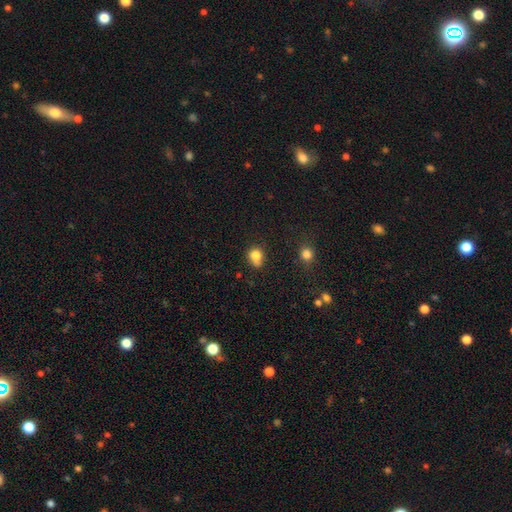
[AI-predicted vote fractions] The model was most divided on "merging": none: 48%, minor disturbance: 26%, merger: 17%, major disturbance: 9%. More confident: smooth or featured — smooth (79%); how rounded — round (67%).